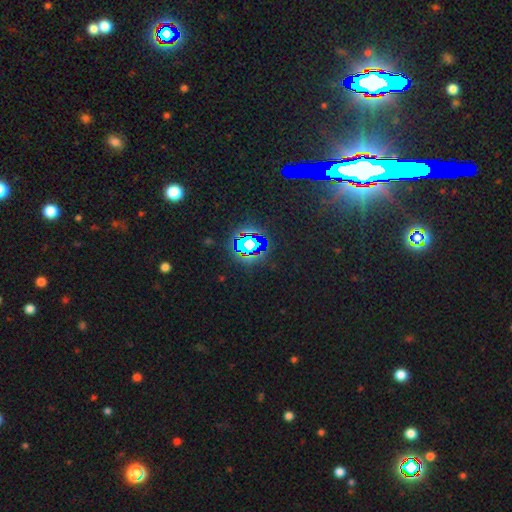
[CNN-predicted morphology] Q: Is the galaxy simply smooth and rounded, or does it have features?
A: star or artifact — 83%.